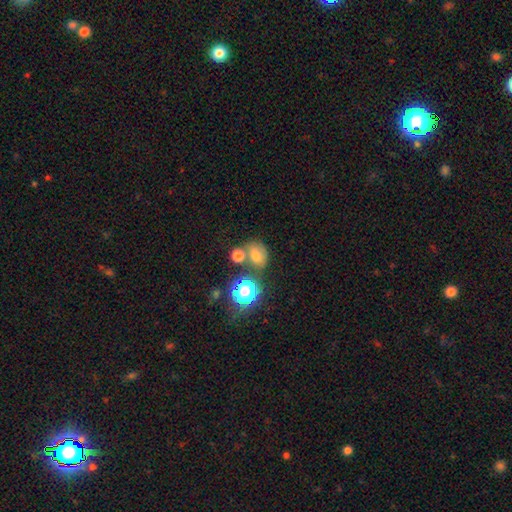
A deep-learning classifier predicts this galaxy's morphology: Smooth or featured: smooth — 66% (star or artifact — 21%)
How rounded: round — 58% (in between — 41%)
Merging: none — 53% (merger — 28%)